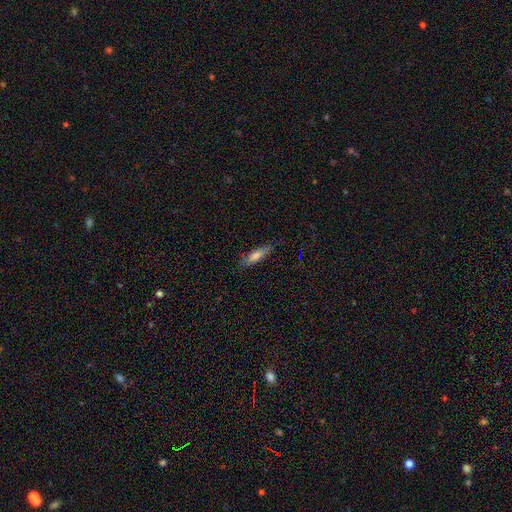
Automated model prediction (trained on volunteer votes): A smooth galaxy with no disk features (73%) that is cigar-shaped (65%).

Vote fractions:
- Smooth or featured? smooth: 73% / featured or disk: 19% / star or artifact: 8%
- How rounded? cigar-shaped: 65% / in between: 33% / round: 2%
- Merging? none: 79% / minor disturbance: 16% / major disturbance: 3% / merger: 1%